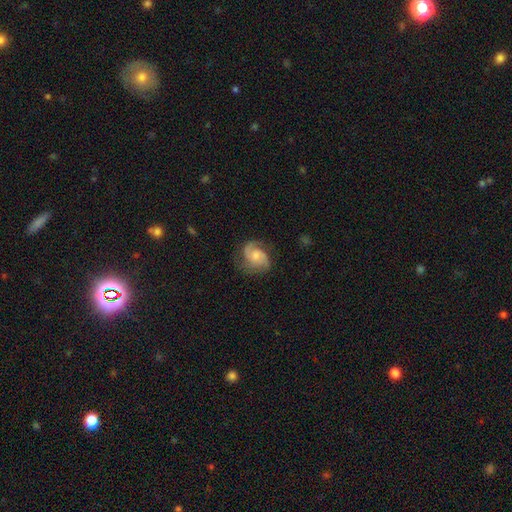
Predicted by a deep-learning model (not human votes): This appears to be a featured or disk galaxy (80%) with no bar (65%), 2 (73%) medium (51%) spiral arms (97%) and a small central bulge (44%). Merging: none (71%).